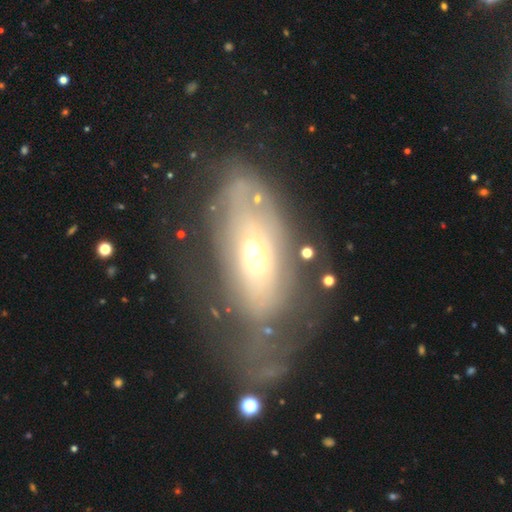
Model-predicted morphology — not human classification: Smooth or featured? Predicted: featured or disk (p=0.52). Edge-on disk? Predicted: no (p=0.82). Merging? Predicted: major disturbance (p=0.38).